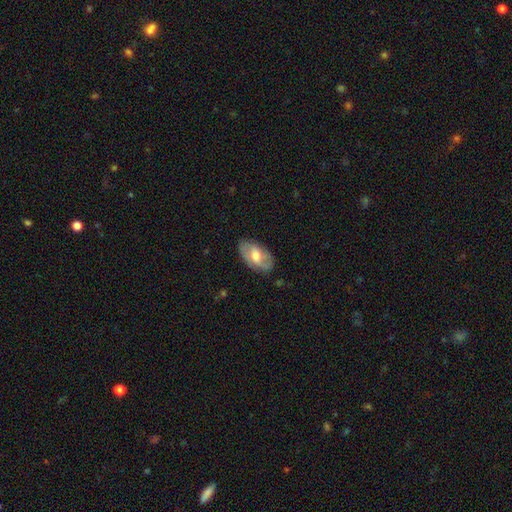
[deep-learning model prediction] Smooth or featured: smooth — 49% (featured or disk — 45%)
Merging: none — 79% (minor disturbance — 16%)